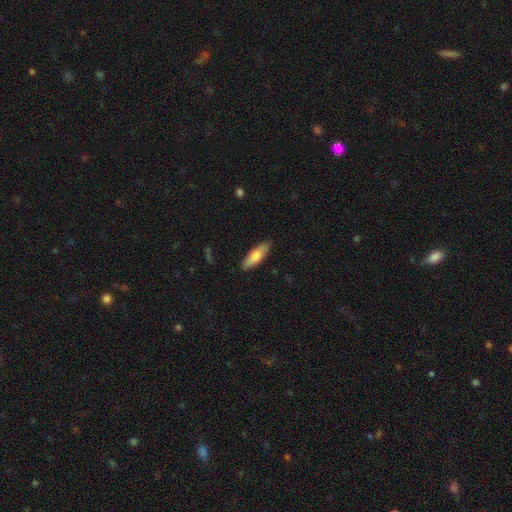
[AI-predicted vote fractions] This appears to be a smooth galaxy with no disk features (69%) that is in between round and cigar-shaped (49%). Merging: none (87%).